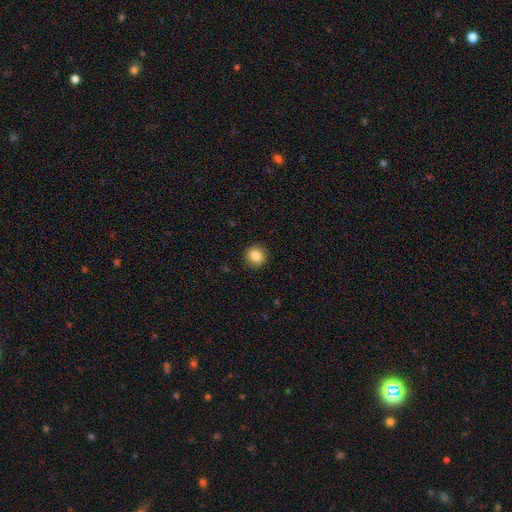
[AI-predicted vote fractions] smooth 85%, star or artifact 9%, featured or disk 6%. Down the decision tree: how rounded — round (89%); merging — none (90%).